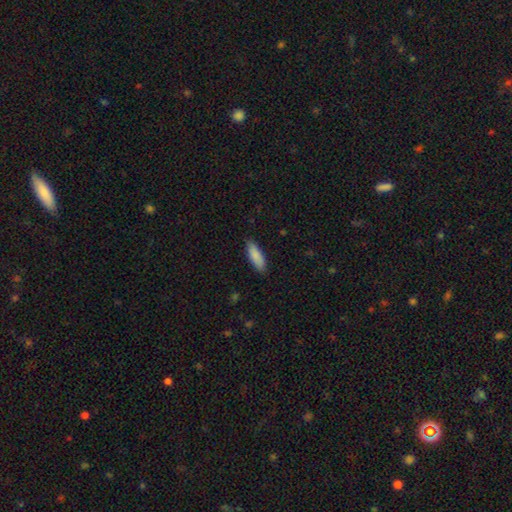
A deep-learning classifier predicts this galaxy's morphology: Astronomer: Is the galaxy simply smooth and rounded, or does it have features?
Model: smooth — 87%.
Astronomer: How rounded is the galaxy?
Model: in between — 53% (runner-up: cigar-shaped, 45%).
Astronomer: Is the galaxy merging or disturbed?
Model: none — 87%.